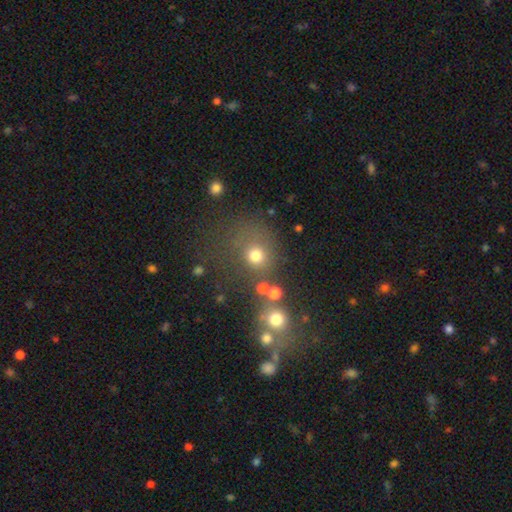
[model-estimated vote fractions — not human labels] A smooth galaxy with no disk features (69%) that is round (81%).

Vote fractions:
- Smooth or featured? smooth: 69% / star or artifact: 20% / featured or disk: 10%
- How rounded? round: 81% / in between: 18% / cigar-shaped: 1%
- Merging? none: 60% / merger: 15% / minor disturbance: 14% / major disturbance: 12%